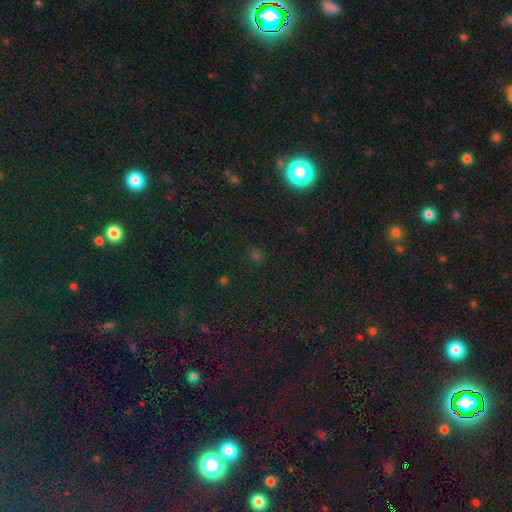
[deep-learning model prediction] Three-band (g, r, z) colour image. It shows a star or artifact, not a galaxy (58%).